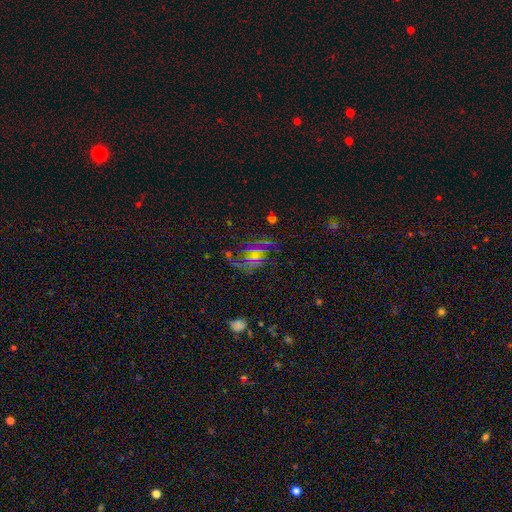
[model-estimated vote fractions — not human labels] Overall: featured or disk (44%; star or artifact 38%). Merging: none (59%; major disturbance 20%).